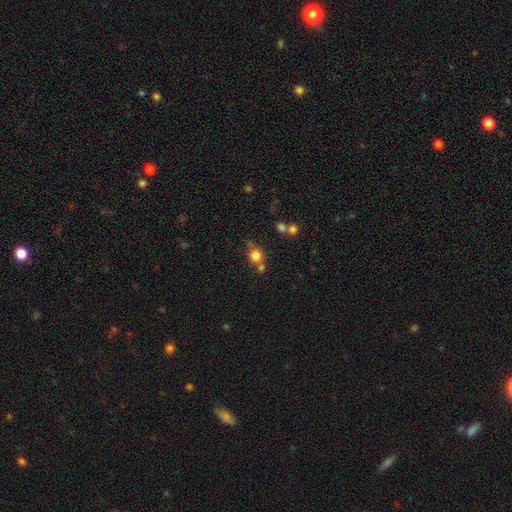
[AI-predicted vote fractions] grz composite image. It shows a smooth galaxy with no disk features (78%) that is round (83%). Merging: none (57%).